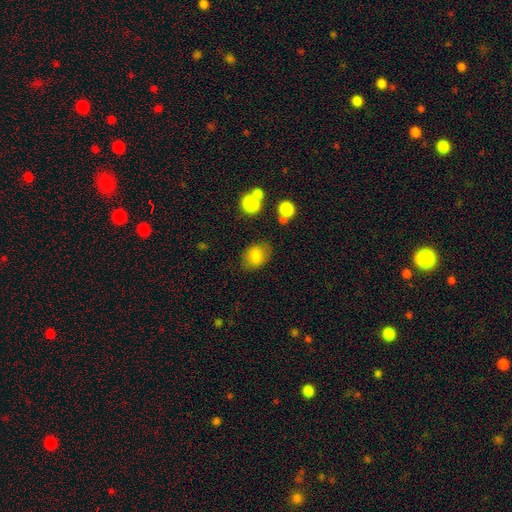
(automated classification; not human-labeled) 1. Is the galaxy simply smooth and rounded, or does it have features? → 80% smooth, 10% star or artifact, 10% featured or disk.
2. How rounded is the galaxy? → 61% in between, 38% round, 1% cigar-shaped.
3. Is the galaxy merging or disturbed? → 76% none, 16% minor disturbance, 5% major disturbance, 4% merger.